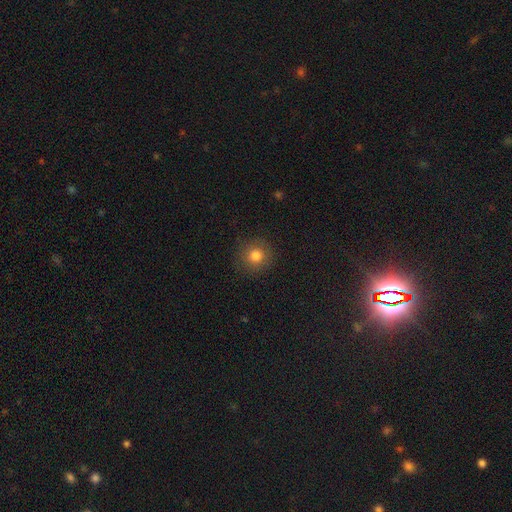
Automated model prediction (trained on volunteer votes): A smooth galaxy with no disk features (81%) that is round (93%). Merging: none (88%).